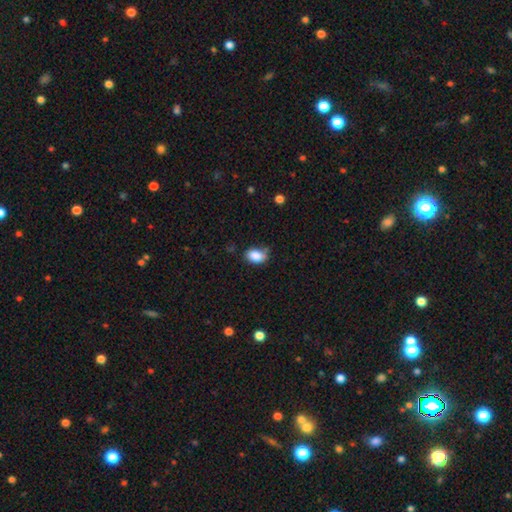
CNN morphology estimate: smooth-or-featured: smooth: 86% | star or artifact: 9% | featured or disk: 5%
  how-rounded: in between: 83% | round: 16% | cigar-shaped: 1%
  merging: none: 60% | minor disturbance: 28% | major disturbance: 7% | merger: 5%